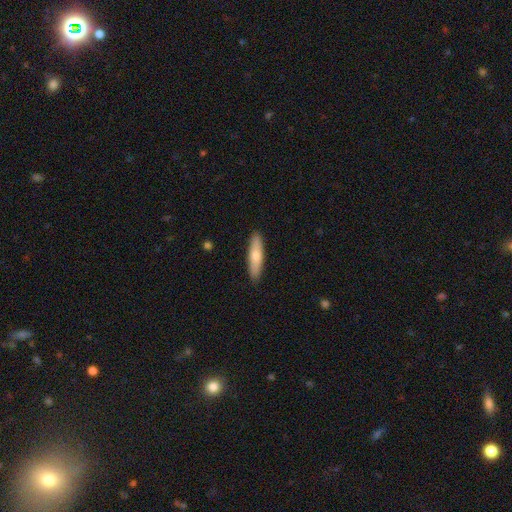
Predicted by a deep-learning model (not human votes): A smooth galaxy with no disk features (70%) that is cigar-shaped (72%). Merging: none (89%).